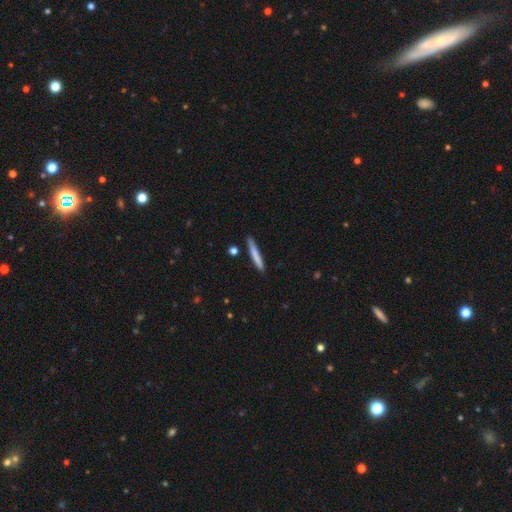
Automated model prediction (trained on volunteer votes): Smooth or featured: smooth — 74% (featured or disk — 20%)
How rounded: cigar-shaped — 95% (in between — 3%)
Merging: none — 87% (minor disturbance — 9%)